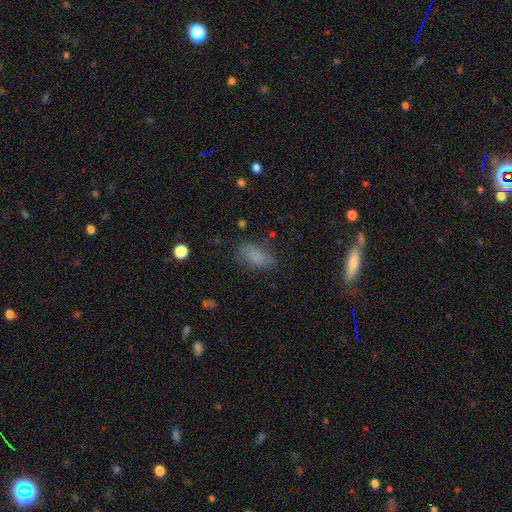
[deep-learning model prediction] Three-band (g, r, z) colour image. It shows a smooth galaxy with no disk features (81%) that is in between round and cigar-shaped (87%). Merging: none (73%).